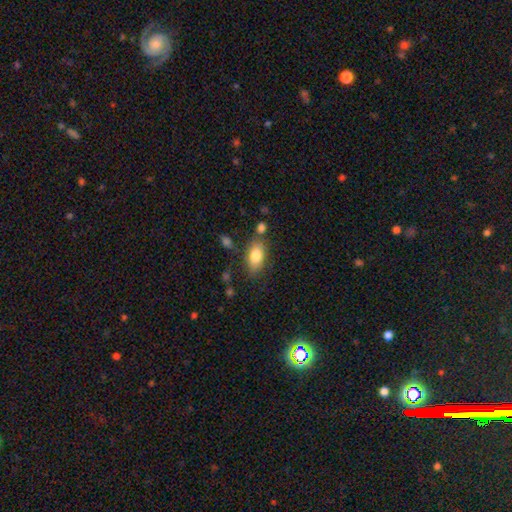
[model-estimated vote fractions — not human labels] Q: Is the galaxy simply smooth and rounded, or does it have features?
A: smooth — 81%.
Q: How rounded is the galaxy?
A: in between — 90%.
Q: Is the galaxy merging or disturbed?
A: none — 72%.